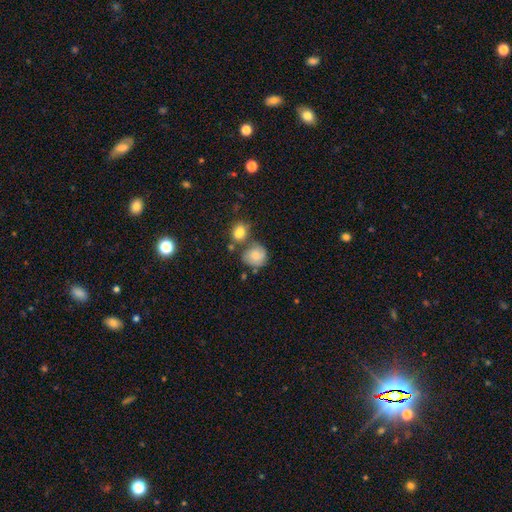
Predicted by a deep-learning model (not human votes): A smooth galaxy with no disk features (76%) that is round (77%).

Vote fractions:
- Smooth or featured? smooth: 76% / featured or disk: 16% / star or artifact: 8%
- How rounded? round: 77% / in between: 22% / cigar-shaped: 1%
- Merging? none: 47% / merger: 24% / minor disturbance: 20% / major disturbance: 8%